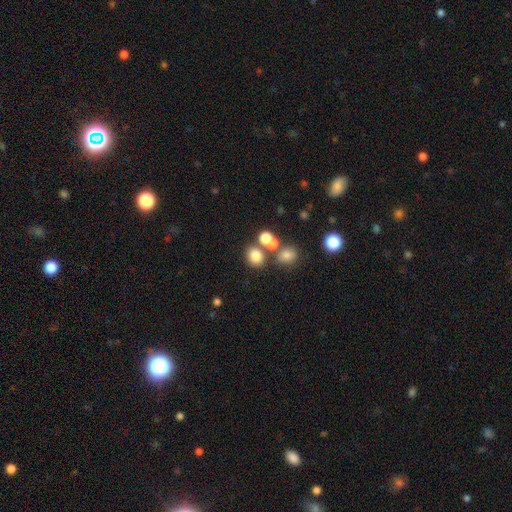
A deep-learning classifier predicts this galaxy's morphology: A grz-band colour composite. It shows a smooth galaxy with no disk features (75%) that is round (68%). Merging: none (57%).